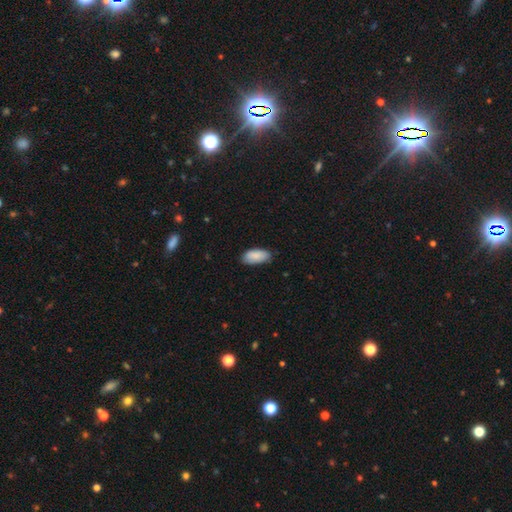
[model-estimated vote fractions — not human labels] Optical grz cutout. It shows a smooth galaxy with no disk features (86%) that is in between round and cigar-shaped (93%). Merging: none (74%).